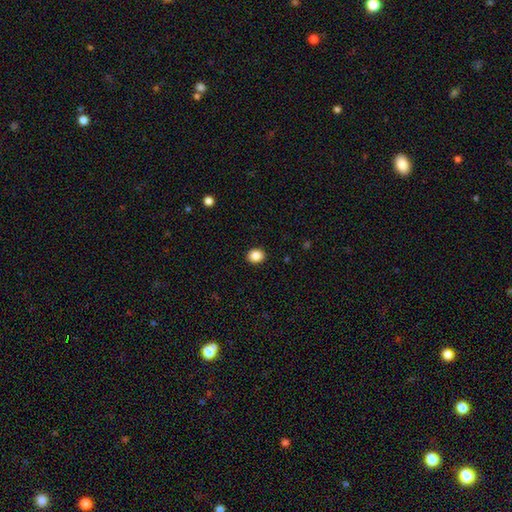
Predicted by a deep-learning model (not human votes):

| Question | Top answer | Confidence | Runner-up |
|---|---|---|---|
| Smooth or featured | smooth | 87% | star or artifact (10%) |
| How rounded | round | 68% | in between (31%) |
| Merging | none | 92% | minor disturbance (5%) |